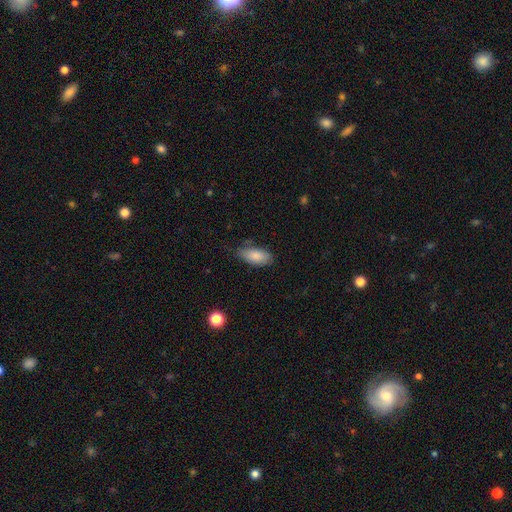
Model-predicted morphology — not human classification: Overall: smooth (85%). How rounded: in between (89%). Merging: none (71%).